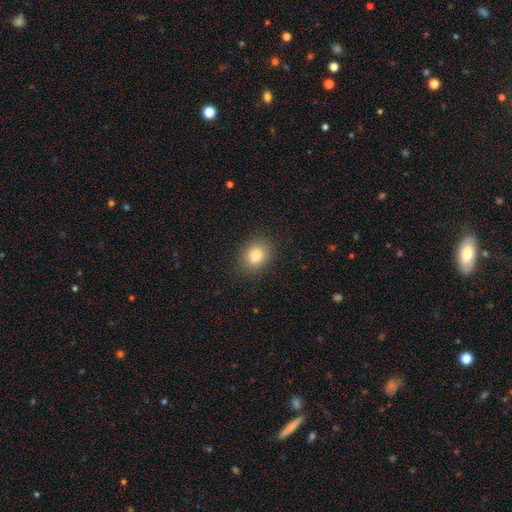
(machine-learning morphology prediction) Q: Smooth or featured?
A: smooth (84%); runner-up: star or artifact (9%)
Q: How rounded?
A: in between (66%); runner-up: round (33%)
Q: Merging?
A: none (85%); runner-up: minor disturbance (11%)